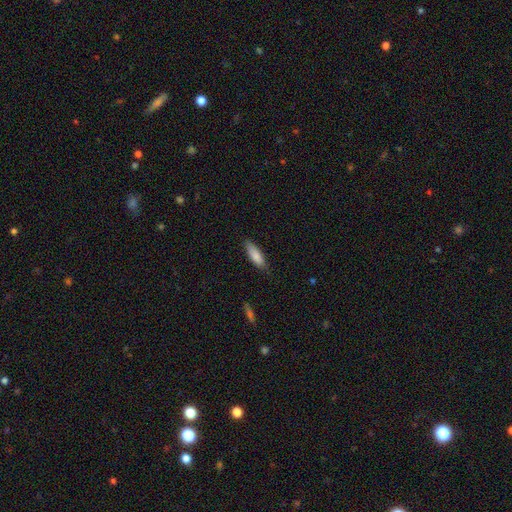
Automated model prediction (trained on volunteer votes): smooth 84%, featured or disk 10%, star or artifact 6%. Down the decision tree: how rounded — in between (55%); merging — none (79%).